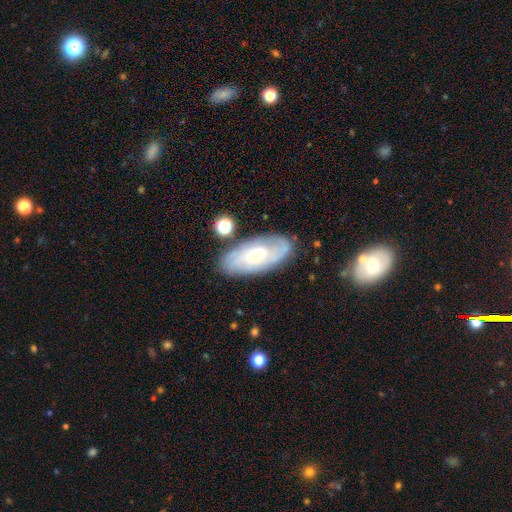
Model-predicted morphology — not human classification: This is likely a featured or disk galaxy (65%). It is clearly not viewed edge-on (90%). Bar: likely no (63%). Spiral arm pattern: clearly yes (86%). Spiral arm count: possibly can't tell (49%). Spiral winding: possibly tight (58%). Central bulge: possibly small (60%). Merging: likely none (78%).